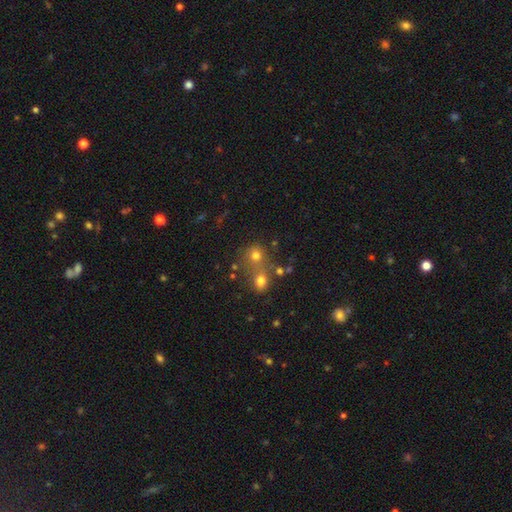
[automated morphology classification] Smooth or featured? Predicted: smooth (p=0.71). How rounded? Predicted: round (p=0.78). Merging? Predicted: none (p=0.44).